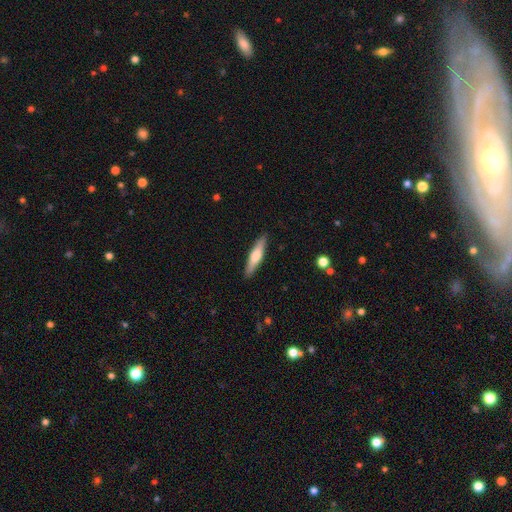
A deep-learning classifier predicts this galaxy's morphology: type=smooth (54%); roundness=cigar-shaped (83%); merging=none (90%).